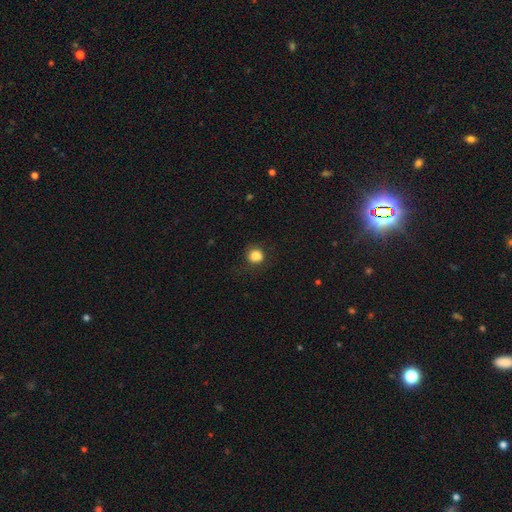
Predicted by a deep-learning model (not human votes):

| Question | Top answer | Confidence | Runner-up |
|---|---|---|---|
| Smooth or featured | smooth | 84% | star or artifact (11%) |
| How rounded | round | 82% | in between (17%) |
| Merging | none | 77% | minor disturbance (15%) |